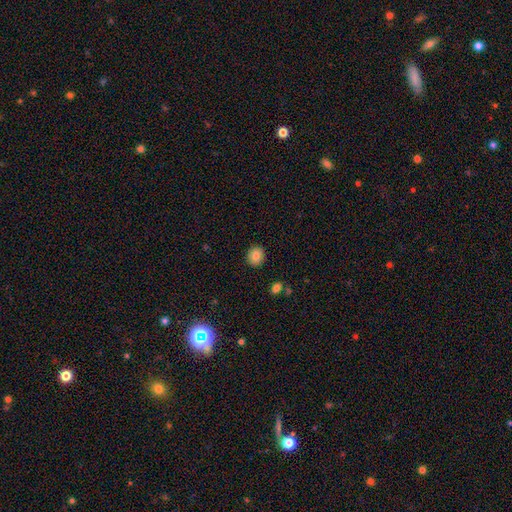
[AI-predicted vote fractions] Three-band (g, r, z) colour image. It shows a smooth galaxy with no disk features (85%) that is round (76%). Merging: none (90%).